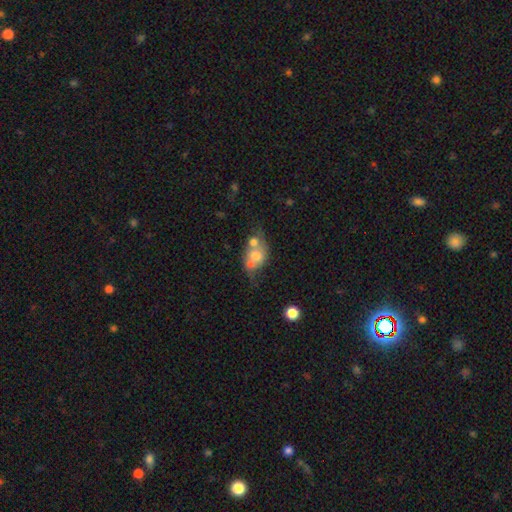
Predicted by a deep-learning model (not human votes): A smooth galaxy with no disk features (53%) that is in between round and cigar-shaped (57%).

Vote fractions:
- Smooth or featured? smooth: 53% / featured or disk: 36% / star or artifact: 11%
- How rounded? in between: 57% / round: 41% / cigar-shaped: 3%
- Merging? merger: 51% / none: 28% / minor disturbance: 12% / major disturbance: 8%